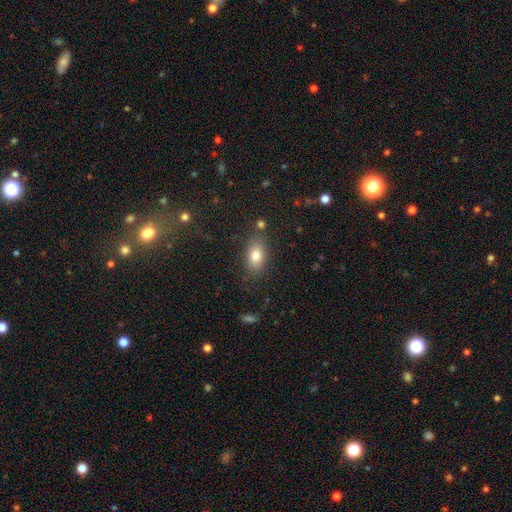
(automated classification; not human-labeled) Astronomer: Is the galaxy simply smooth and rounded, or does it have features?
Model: smooth — 81%.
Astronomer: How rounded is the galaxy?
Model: in between — 85%.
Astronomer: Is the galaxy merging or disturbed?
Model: none — 80%.